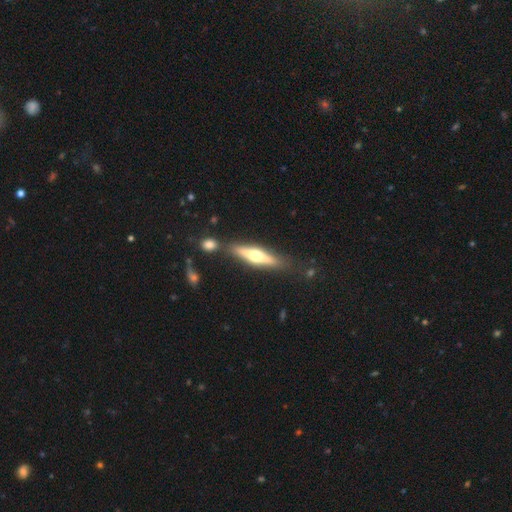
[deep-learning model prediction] This is likely a featured or disk galaxy (62%). It is clearly viewed edge-on (94%). Edge-on bulge: clearly rounded (93%). Merging: likely none (77%).